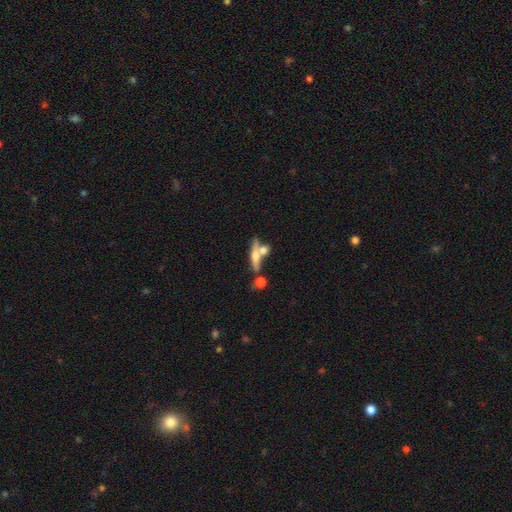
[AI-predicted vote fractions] A featured or disk galaxy (54%) viewed edge-on (85%). Merging: none (49%).